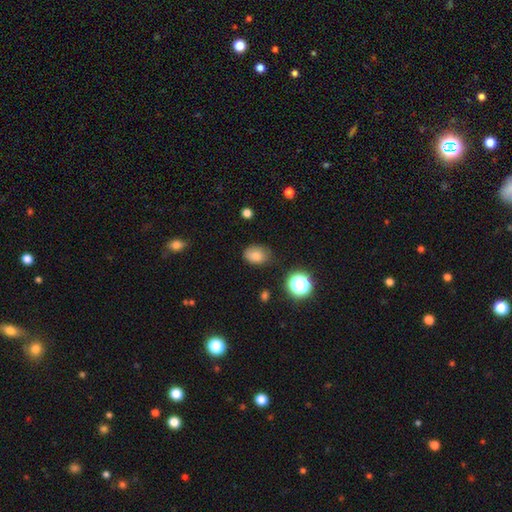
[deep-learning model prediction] smooth_or_featured: smooth (p=0.80) [alt: star or artifact p=0.13]
how_rounded: in between (p=0.73) [alt: round p=0.26]
merging: none (p=0.71) [alt: minor disturbance p=0.22]